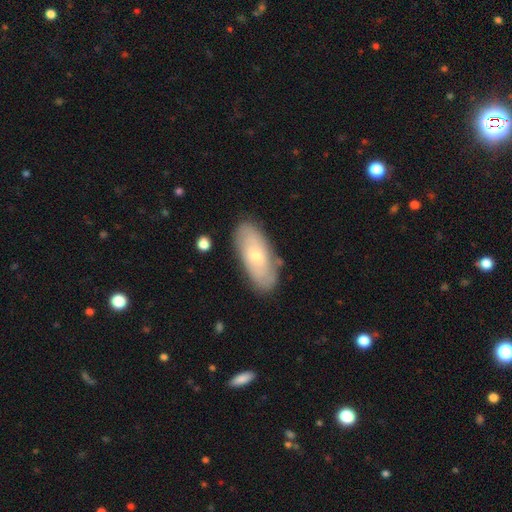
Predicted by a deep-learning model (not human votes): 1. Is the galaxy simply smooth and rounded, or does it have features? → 47% featured or disk (tied), 47% smooth (tied), 6% star or artifact.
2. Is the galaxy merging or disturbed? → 80% none, 15% minor disturbance, 3% major disturbance, 2% merger.